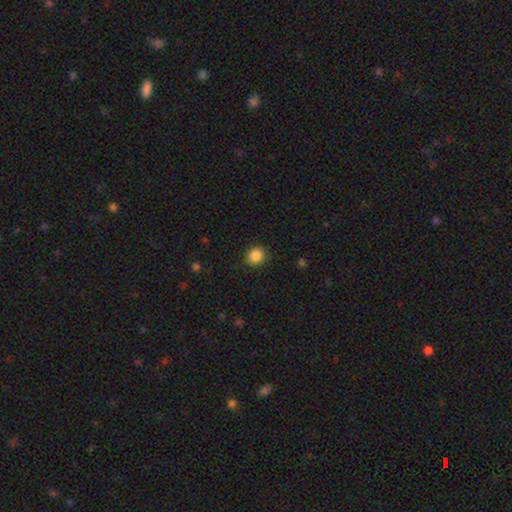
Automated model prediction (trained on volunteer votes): Overall: smooth (87%). How rounded: round (83%). Merging: none (88%).